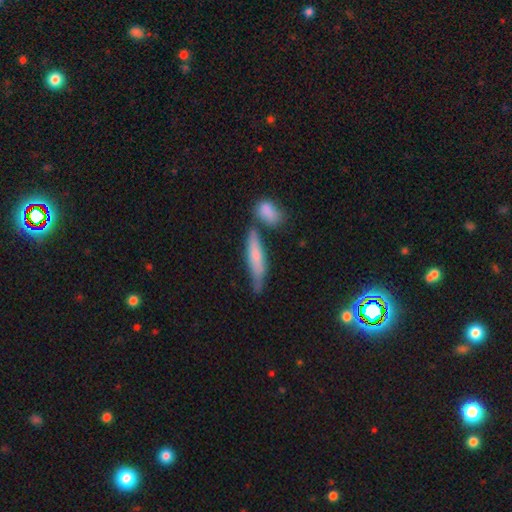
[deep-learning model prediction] This appears to be a smooth galaxy with no disk features (68%) that is cigar-shaped (78%). Merging: none (54%).